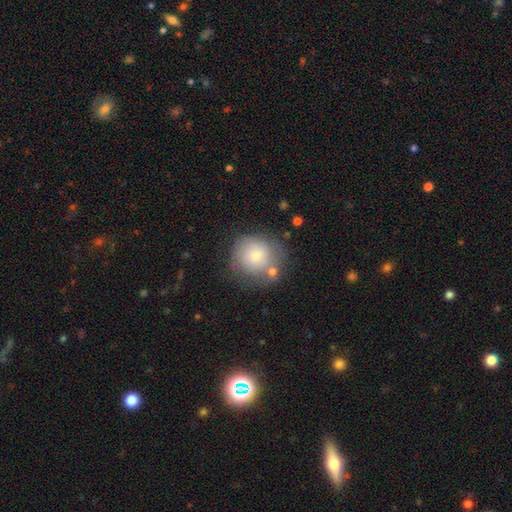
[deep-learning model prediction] This is likely a smooth galaxy (66%). How rounded: clearly round (87%). Merging: possibly none (58%).